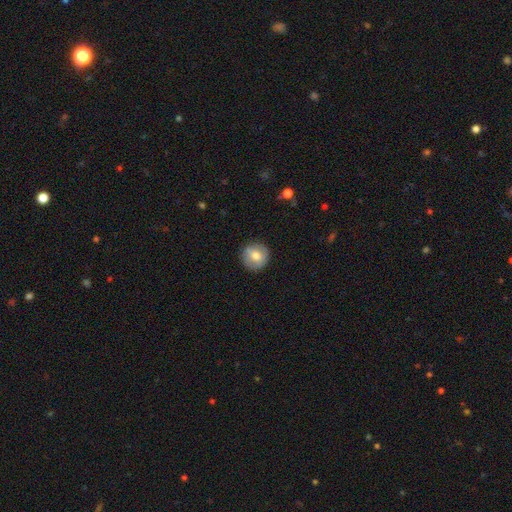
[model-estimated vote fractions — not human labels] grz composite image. It shows a smooth galaxy with no disk features (66%) that is round (93%). Merging: none (86%).